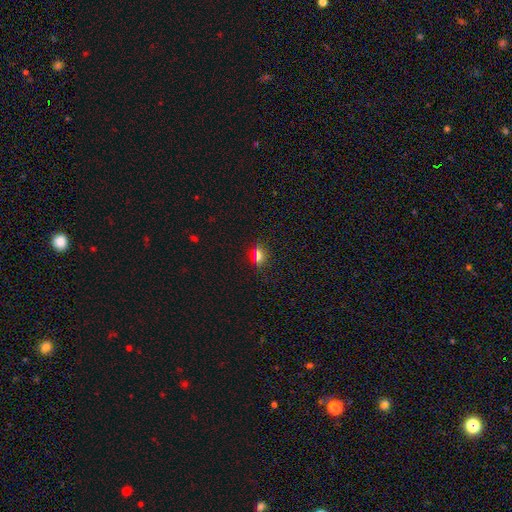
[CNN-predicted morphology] Smooth or featured? Predicted: smooth (p=0.66). How rounded? Predicted: in between (p=0.54). Merging? Predicted: none (p=0.88).